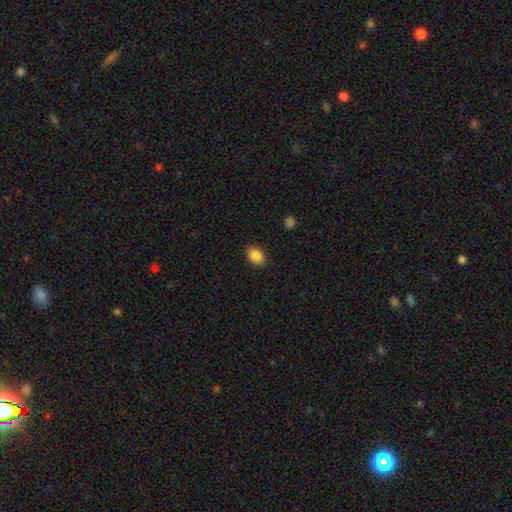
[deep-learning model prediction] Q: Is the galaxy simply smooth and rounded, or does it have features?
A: smooth — 87%.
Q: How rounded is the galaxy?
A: in between — 75%.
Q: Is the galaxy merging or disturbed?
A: none — 87%.